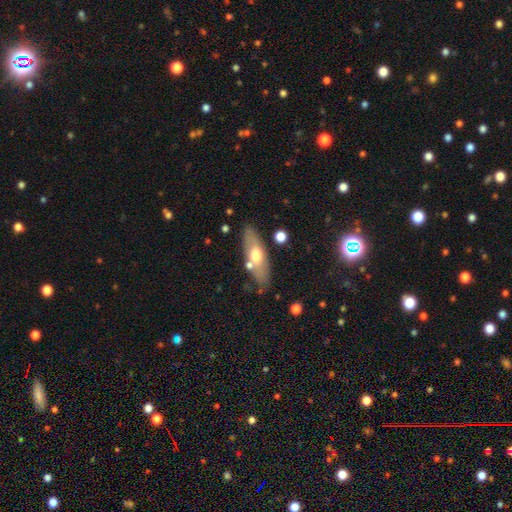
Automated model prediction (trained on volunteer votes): smooth 55%, featured or disk 39%, star or artifact 6%. Down the decision tree: how rounded — in between (62%); merging — none (77%).